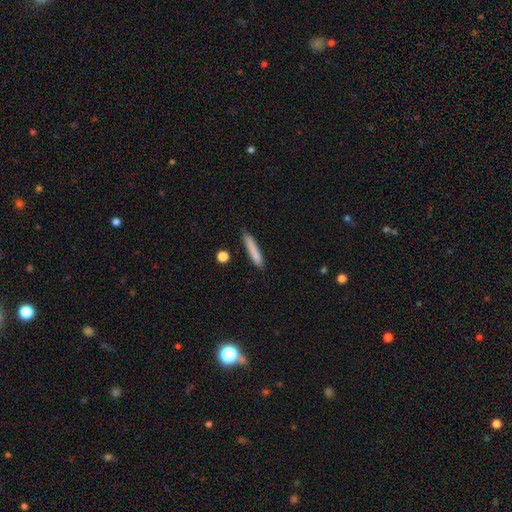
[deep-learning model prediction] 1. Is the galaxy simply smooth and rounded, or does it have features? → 79% smooth, 14% featured or disk, 7% star or artifact.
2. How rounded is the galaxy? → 92% cigar-shaped, 6% in between, 2% round.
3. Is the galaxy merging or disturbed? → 82% none, 13% minor disturbance, 3% merger, 3% major disturbance.